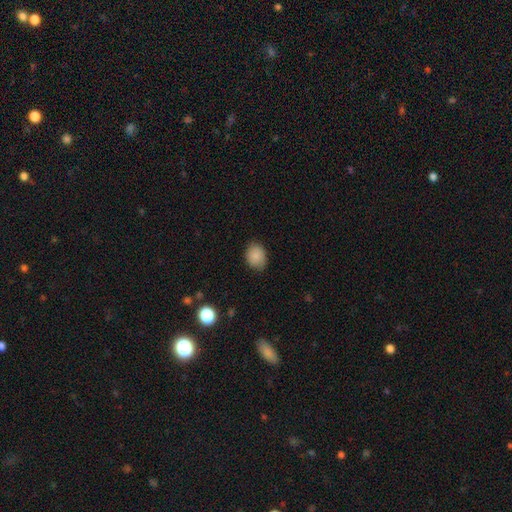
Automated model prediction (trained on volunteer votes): smooth 85%, star or artifact 8%, featured or disk 7%. Down the decision tree: how rounded — in between (57%); merging — none (77%).